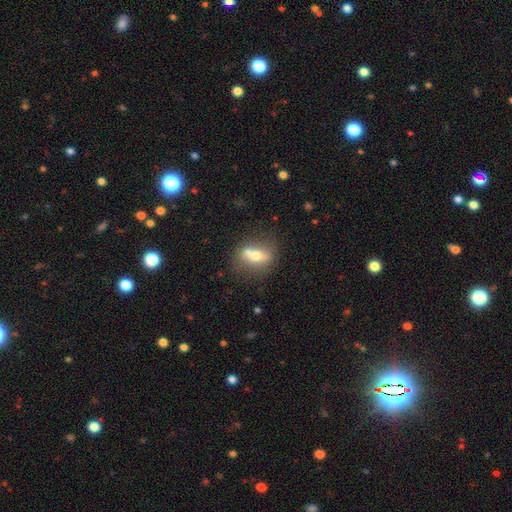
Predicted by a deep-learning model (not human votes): This appears to be a smooth galaxy with no disk features (51%) that is in between round and cigar-shaped (57%). Merging: none (55%).